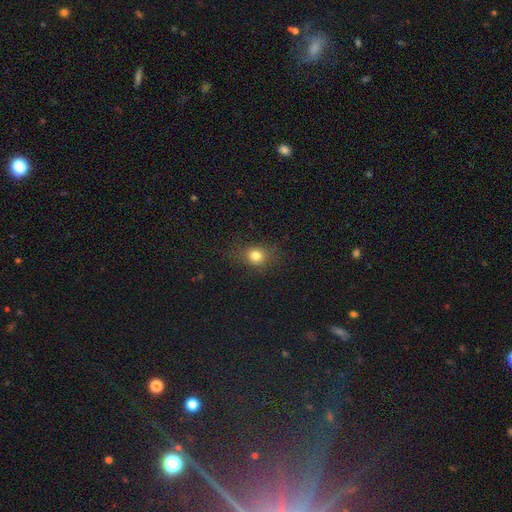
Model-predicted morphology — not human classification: Smooth or featured? Predicted: smooth (p=0.77). How rounded? Predicted: round (p=0.72). Merging? Predicted: none (p=0.80).